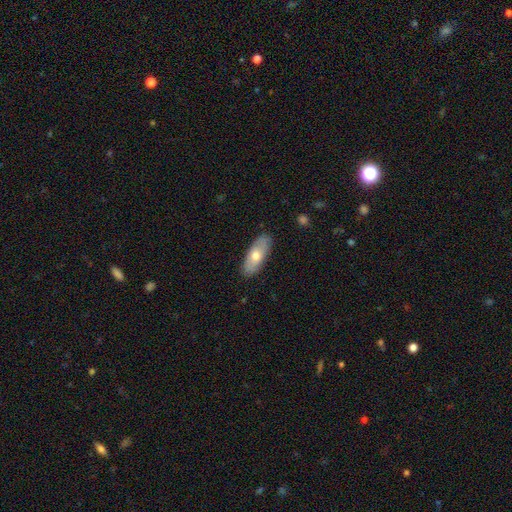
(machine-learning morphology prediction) Smooth or featured?
  - smooth: 62% *
  - featured or disk: 33%
  - star or artifact: 5%
How rounded?
  - in between: 81% *
  - cigar-shaped: 17%
  - round: 3%
Merging?
  - none: 85% *
  - minor disturbance: 11%
  - major disturbance: 2%
  - merger: 1%